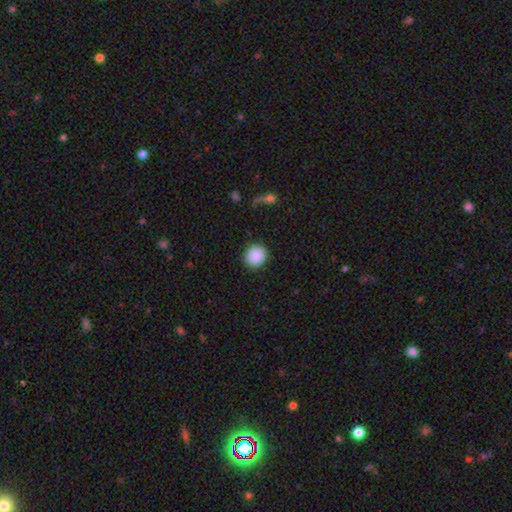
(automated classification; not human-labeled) The model was most divided on "how rounded": round: 82%, in between: 17%, cigar-shaped: 1%. More confident: smooth or featured — smooth (89%); merging — none (89%).